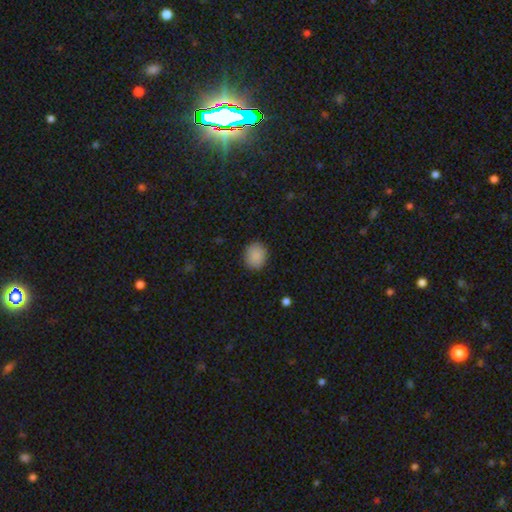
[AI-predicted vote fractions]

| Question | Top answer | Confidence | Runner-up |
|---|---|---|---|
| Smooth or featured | smooth | 88% | star or artifact (9%) |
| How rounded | round | 72% | in between (27%) |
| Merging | none | 87% | minor disturbance (9%) |